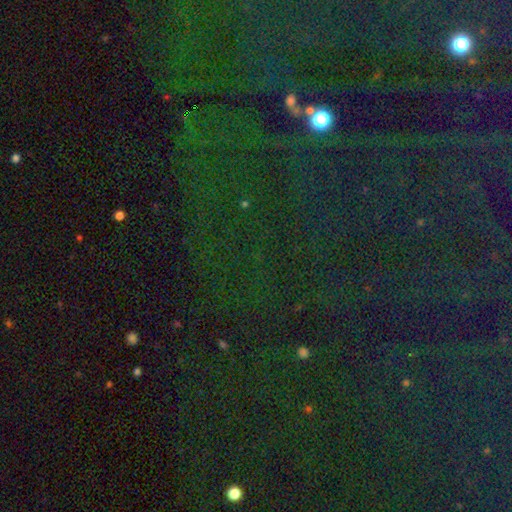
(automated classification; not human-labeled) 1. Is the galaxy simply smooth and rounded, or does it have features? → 83% star or artifact, 9% smooth, 7% featured or disk.